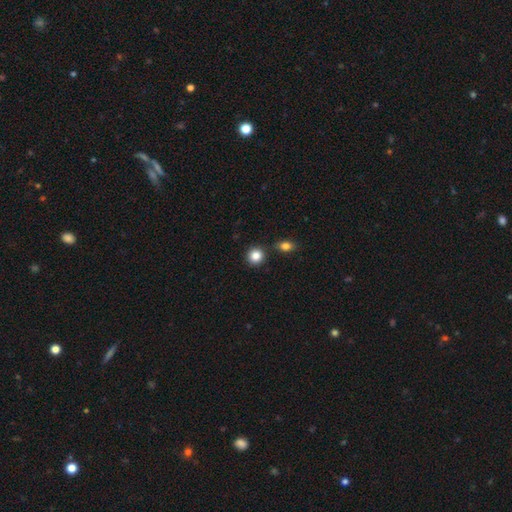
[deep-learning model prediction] Smooth or featured: smooth — 86% (star or artifact — 10%)
How rounded: round — 90% (in between — 9%)
Merging: none — 83% (minor disturbance — 8%)